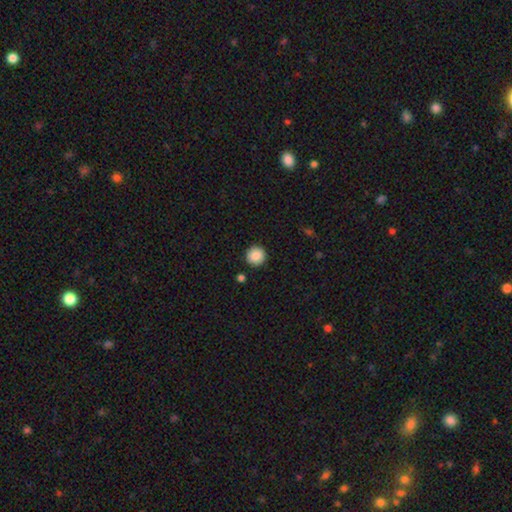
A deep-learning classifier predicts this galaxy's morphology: A smooth galaxy with no disk features (88%) that is round (94%).

Vote fractions:
- Smooth or featured? smooth: 88% / star or artifact: 9% / featured or disk: 3%
- How rounded? round: 94% / in between: 5% / cigar-shaped: 1%
- Merging? none: 91% / minor disturbance: 6% / major disturbance: 2% / merger: 2%